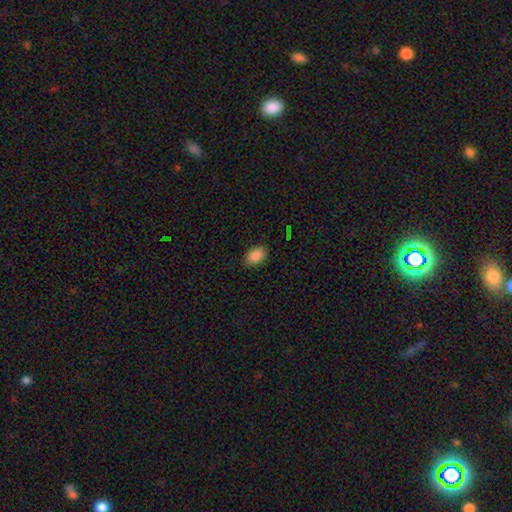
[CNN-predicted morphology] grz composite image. It shows a smooth galaxy with no disk features (88%) that is in between round and cigar-shaped (89%). Merging: none (88%).